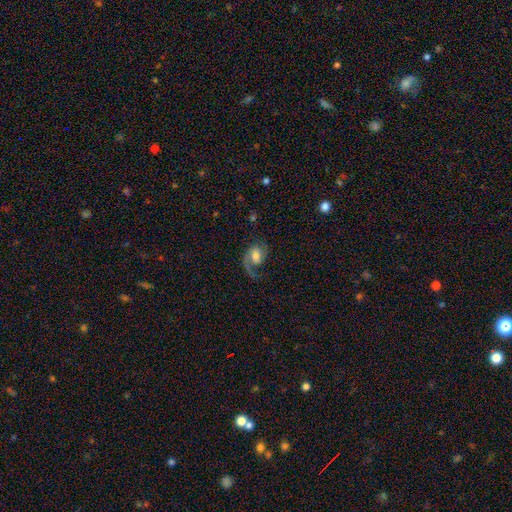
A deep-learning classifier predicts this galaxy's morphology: smooth-or-featured: featured or disk: 74% | smooth: 19% | star or artifact: 7%
  disk-edge-on: no: 97% | yes: 3%
    bar: no: 49% | weak: 41% | strong: 11%
    has-spiral-arms: yes: 94% | no: 6%
      spiral-winding: medium: 43% | loose: 41% | tight: 17%
      spiral-arm-count: 1: 54% | 2: 41% | can't tell: 3% | 3: 1% | 4: 1% | more than 4: 1%
    bulge-size: moderate: 46% | large: 28% | small: 15% | none: 7% | dominant: 4%
  merging: none: 50% | major disturbance: 29% | minor disturbance: 18% | merger: 2%